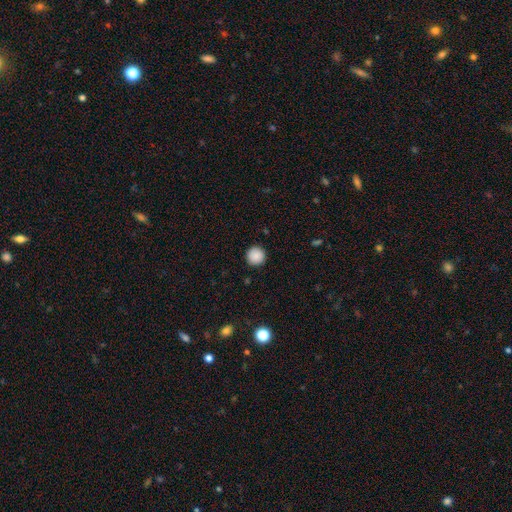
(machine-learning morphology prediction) A smooth galaxy with no disk features (88%) that is round (96%). Merging: none (92%).